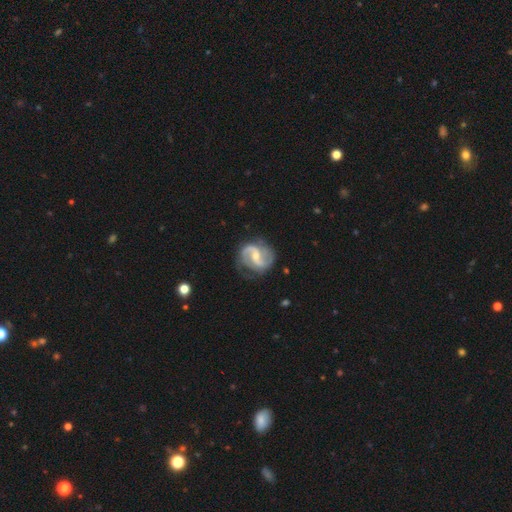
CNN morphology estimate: type=featured or disk (89%); edge-on=no (98%); bar=weak (49%); spiral arms=yes (97%); winding=medium (53%); arm count=2 (91%); bulge=small (50%); merging=none (74%).